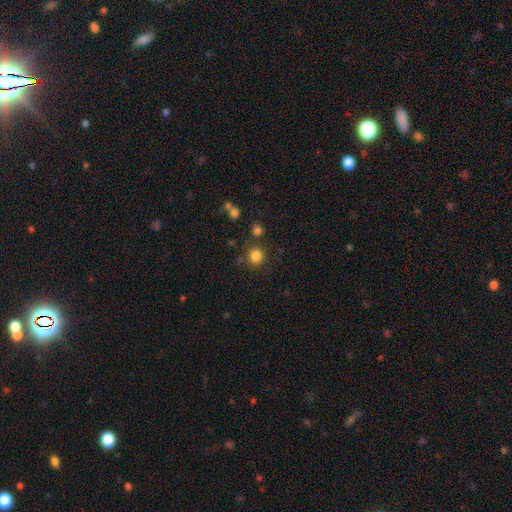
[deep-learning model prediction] smooth 82%, star or artifact 13%, featured or disk 5%. Down the decision tree: how rounded — round (90%); merging — none (79%).